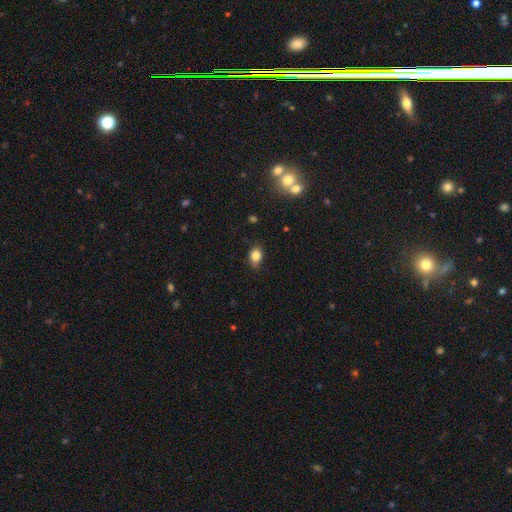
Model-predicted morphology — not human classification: Smooth or featured? Predicted: smooth (p=0.81). How rounded? Predicted: in between (p=0.59). Merging? Predicted: none (p=0.65).